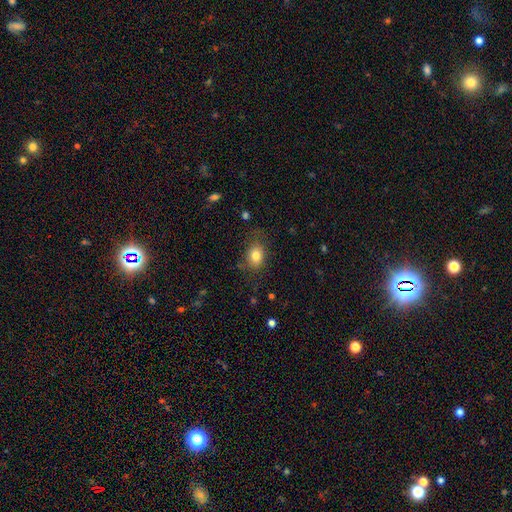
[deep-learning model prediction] Overall: smooth (80%). How rounded: in between (63%; round 36%). Merging: none (72%).